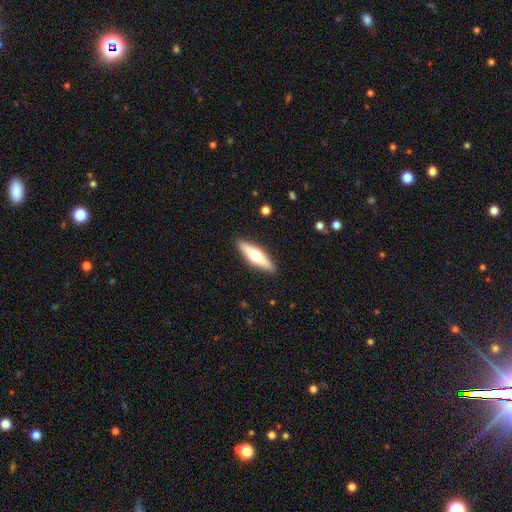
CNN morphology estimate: smooth-or-featured: featured or disk: 51% | smooth: 44% | star or artifact: 5%
  disk-edge-on: yes: 92% | no: 8%
  merging: none: 90% | minor disturbance: 7% | major disturbance: 2% | merger: 1%